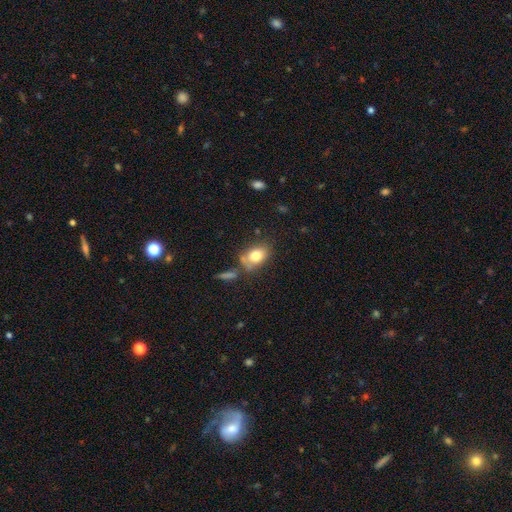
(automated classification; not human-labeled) A smooth galaxy with no disk features (78%) that is in between round and cigar-shaped (78%). Merging: none (60%).